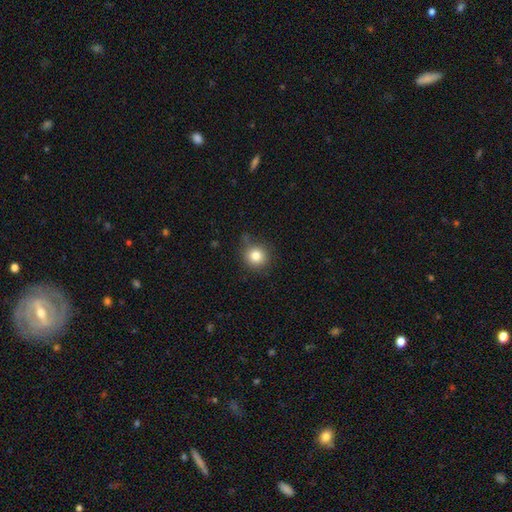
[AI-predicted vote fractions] Smooth or featured?
  - smooth: 81% *
  - star or artifact: 12%
  - featured or disk: 7%
How rounded?
  - round: 92% *
  - in between: 7%
  - cigar-shaped: 1%
Merging?
  - none: 79% *
  - minor disturbance: 15%
  - major disturbance: 4%
  - merger: 3%